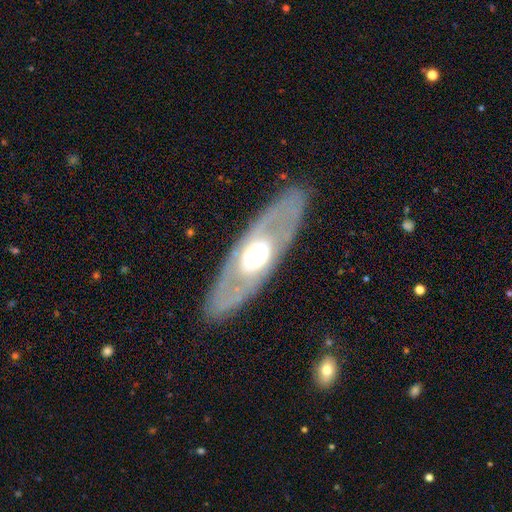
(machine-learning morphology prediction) Overall: featured or disk (71%). Edge-on disk: no (77%). Bar: no (80%). Spiral arms: no (71%). Bulge size: moderate (60%; large 26%). Merging: none (84%).